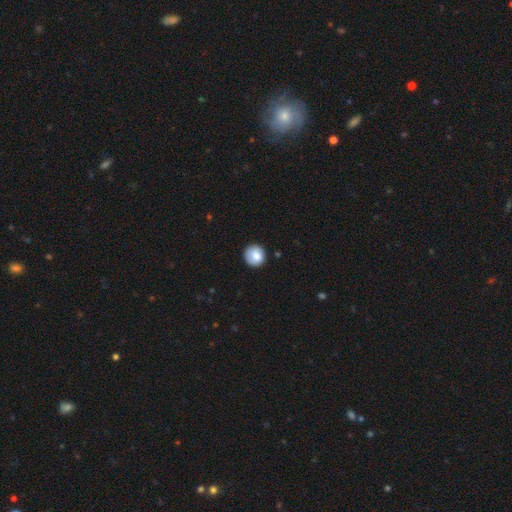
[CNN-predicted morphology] This appears to be a smooth galaxy with no disk features (85%) that is round (94%). Merging: none (86%).